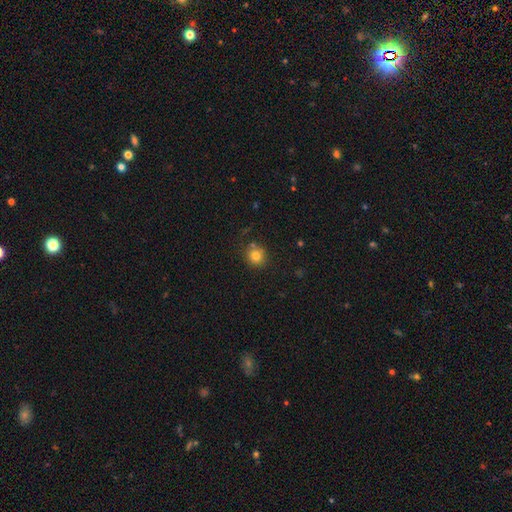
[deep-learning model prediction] smooth 79%, star or artifact 13%, featured or disk 8%. Down the decision tree: how rounded — round (88%); merging — none (77%).